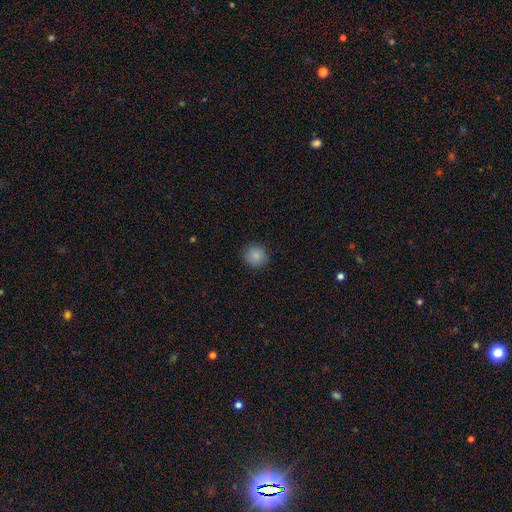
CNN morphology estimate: Smooth or featured? smooth (87%)
How rounded? round (92%)
Merging? none (89%)